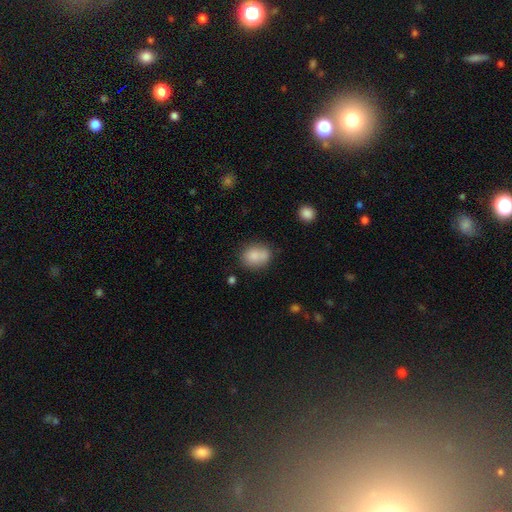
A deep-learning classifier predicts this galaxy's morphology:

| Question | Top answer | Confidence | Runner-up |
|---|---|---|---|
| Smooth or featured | smooth | 80% | featured or disk (11%) |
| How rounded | round | 52% | in between (47%) |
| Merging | none | 55% | merger (21%) |